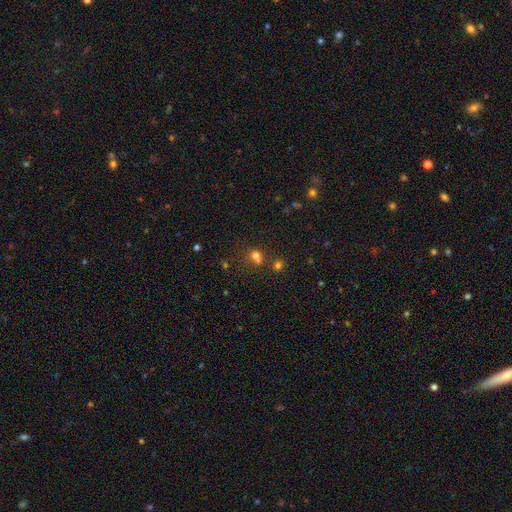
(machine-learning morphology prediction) Smooth or featured? Predicted: smooth (p=0.68). How rounded? Predicted: round (p=0.67). Merging? Predicted: none (p=0.47).